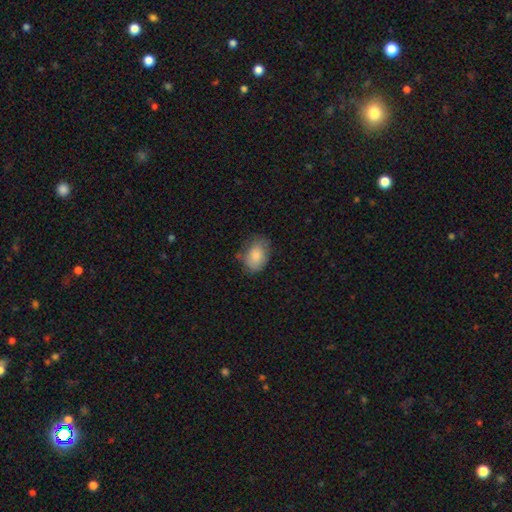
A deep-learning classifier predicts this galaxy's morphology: Smooth or featured: smooth — 84% (featured or disk — 9%)
How rounded: in between — 78% (round — 21%)
Merging: none — 65% (minor disturbance — 26%)